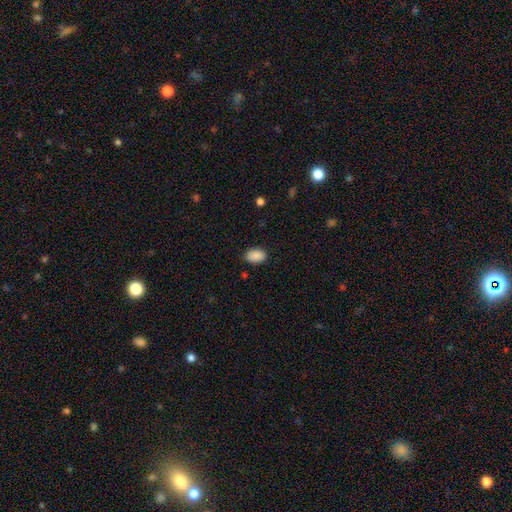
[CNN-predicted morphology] Q: Smooth or featured?
A: smooth (88%); runner-up: star or artifact (7%)
Q: How rounded?
A: in between (86%); runner-up: round (13%)
Q: Merging?
A: none (86%); runner-up: minor disturbance (10%)